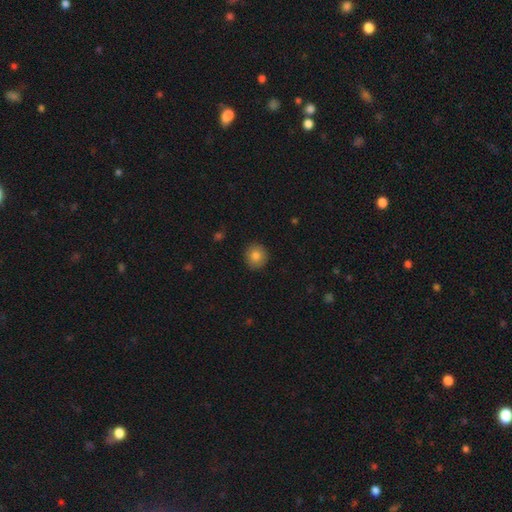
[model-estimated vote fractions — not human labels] This is clearly a smooth galaxy (81%). How rounded: clearly round (90%). Merging: clearly none (90%).